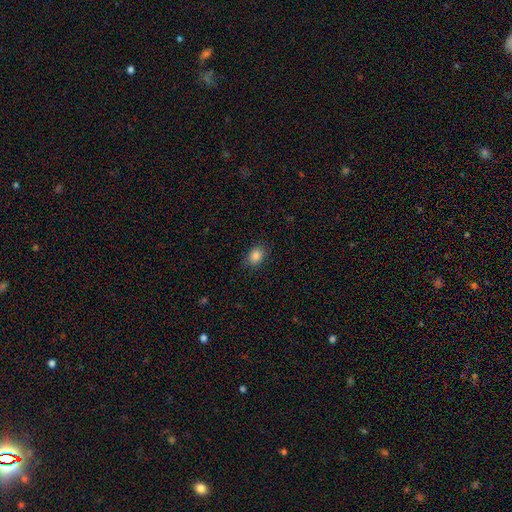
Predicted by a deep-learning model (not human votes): Smooth or featured? smooth (85%)
How rounded? in between (70%)
Merging? none (84%)